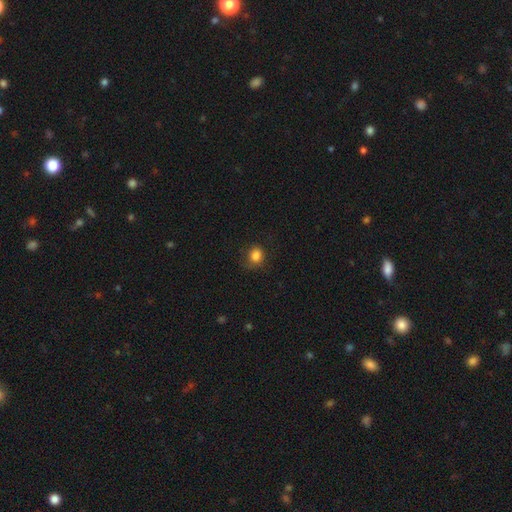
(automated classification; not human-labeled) The model was most divided on "how rounded": round: 74%, in between: 25%, cigar-shaped: 1%. More confident: smooth or featured — smooth (84%); merging — none (73%).